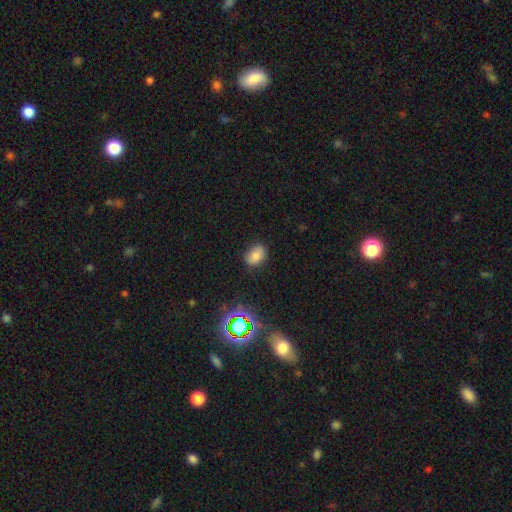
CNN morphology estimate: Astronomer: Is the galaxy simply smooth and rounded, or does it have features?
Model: smooth — 77%.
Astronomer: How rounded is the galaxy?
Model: in between — 79%.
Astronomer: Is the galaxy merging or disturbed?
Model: none — 78%.